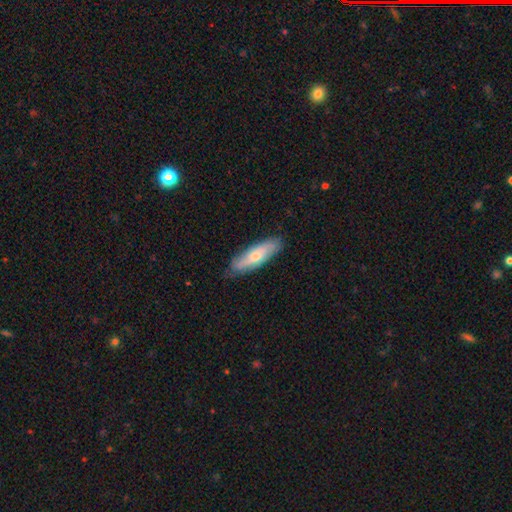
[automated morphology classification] A smooth galaxy with no disk features (54%) that is cigar-shaped (54%).

Vote fractions:
- Smooth or featured? smooth: 54% / featured or disk: 40% / star or artifact: 6%
- How rounded? cigar-shaped: 54% / in between: 44% / round: 2%
- Merging? none: 82% / minor disturbance: 14% / major disturbance: 2% / merger: 1%